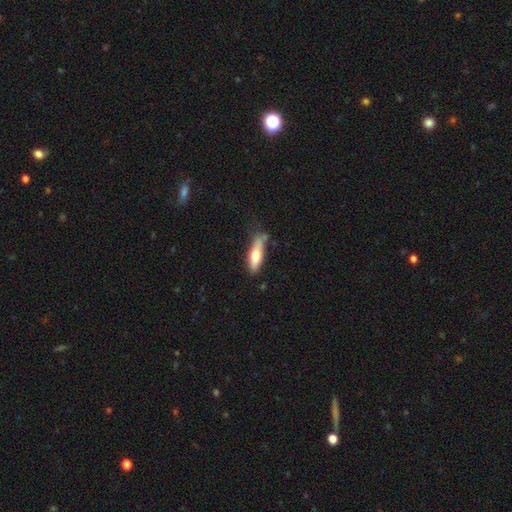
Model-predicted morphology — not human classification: This is likely a smooth galaxy (66%). How rounded: possibly cigar-shaped (55%). Merging: possibly none (58%).